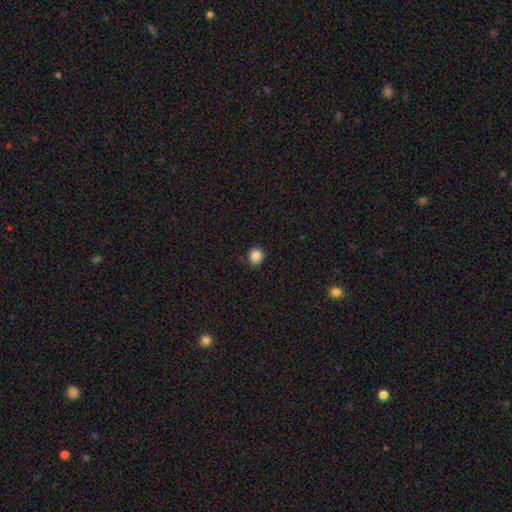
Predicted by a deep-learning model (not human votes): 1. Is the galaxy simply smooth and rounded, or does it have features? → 86% smooth, 11% star or artifact, 3% featured or disk.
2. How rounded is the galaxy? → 86% round, 13% in between, 1% cigar-shaped.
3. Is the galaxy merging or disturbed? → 85% none, 11% minor disturbance, 2% major disturbance, 1% merger.